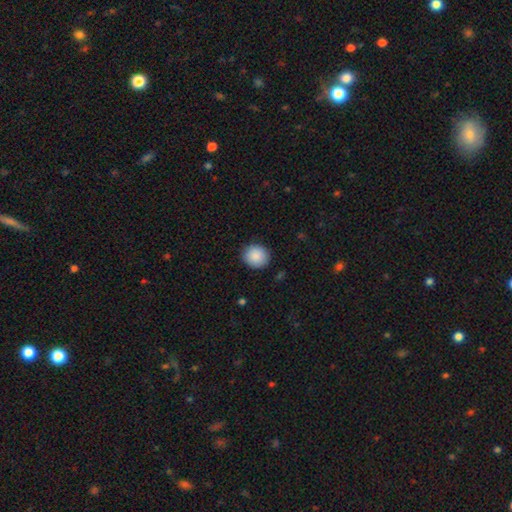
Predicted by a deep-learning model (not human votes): A smooth galaxy with no disk features (88%) that is round (84%).

Vote fractions:
- Smooth or featured? smooth: 88% / star or artifact: 8% / featured or disk: 4%
- How rounded? round: 84% / in between: 15% / cigar-shaped: 1%
- Merging? none: 88% / minor disturbance: 8% / major disturbance: 2% / merger: 1%